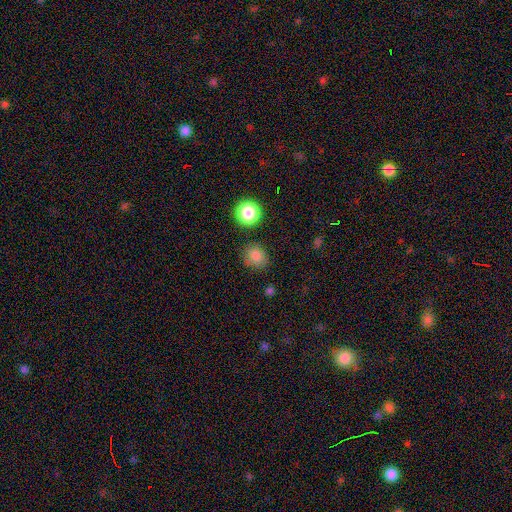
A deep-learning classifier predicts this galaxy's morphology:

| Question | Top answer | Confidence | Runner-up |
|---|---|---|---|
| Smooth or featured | smooth | 82% | star or artifact (13%) |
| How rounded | round | 84% | in between (15%) |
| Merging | none | 82% | minor disturbance (11%) |